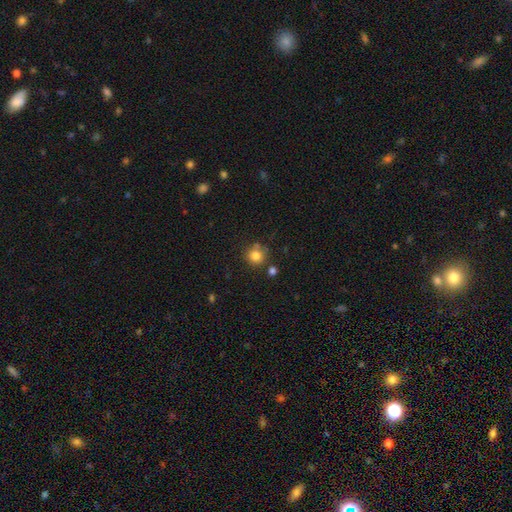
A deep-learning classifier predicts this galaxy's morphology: This appears to be a smooth galaxy with no disk features (82%) that is round (91%). Merging: none (73%).